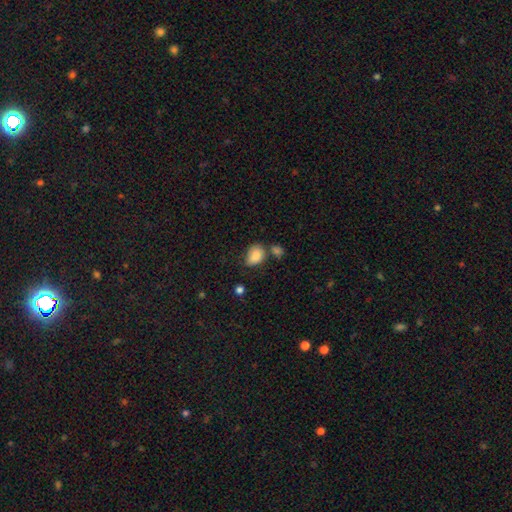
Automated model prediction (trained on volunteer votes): This appears to be a smooth galaxy with no disk features (84%) that is in between round and cigar-shaped (74%). Merging: none (44%).